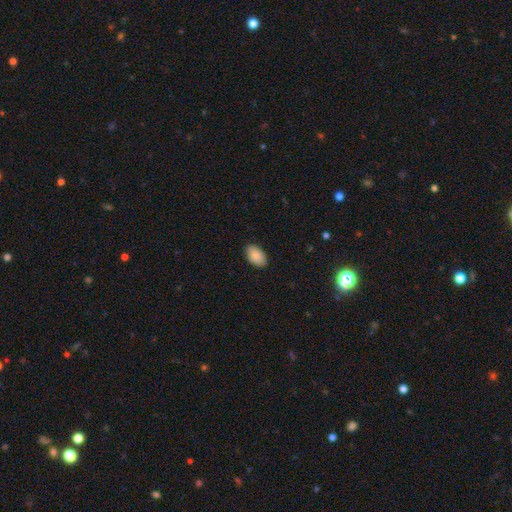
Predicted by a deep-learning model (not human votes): Morphology: type=smooth (88%); roundness=in between (93%); merging=none (87%).